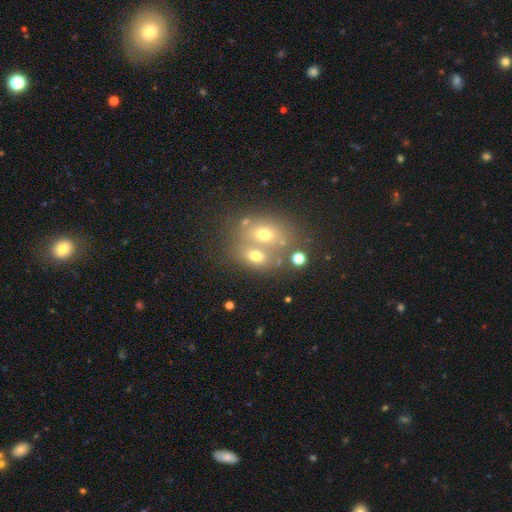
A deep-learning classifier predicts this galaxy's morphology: smooth 61%, featured or disk 21%, star or artifact 18%. Down the decision tree: how rounded — in between (61%); merging — merger (51%).